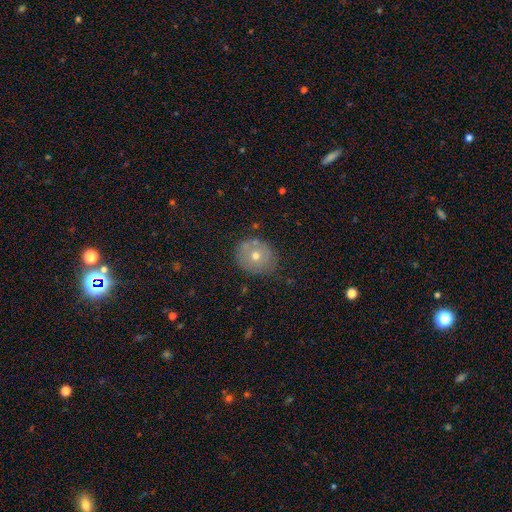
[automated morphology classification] Q: Smooth or featured?
A: smooth (58%); runner-up: featured or disk (29%)
Q: How rounded?
A: round (78%); runner-up: in between (21%)
Q: Merging?
A: none (76%); runner-up: minor disturbance (16%)